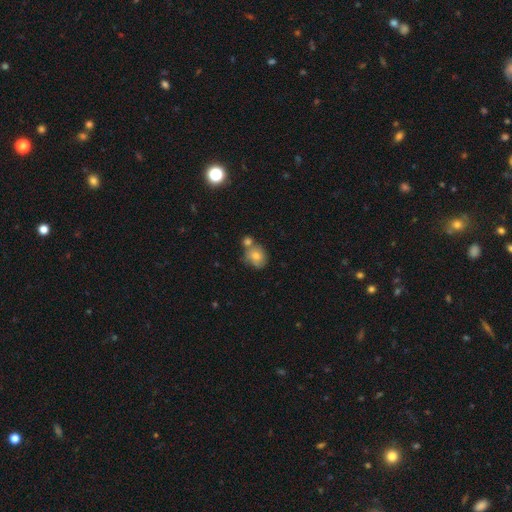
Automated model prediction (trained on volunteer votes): A smooth galaxy with no disk features (72%) that is round (68%). Merging: none (51%).